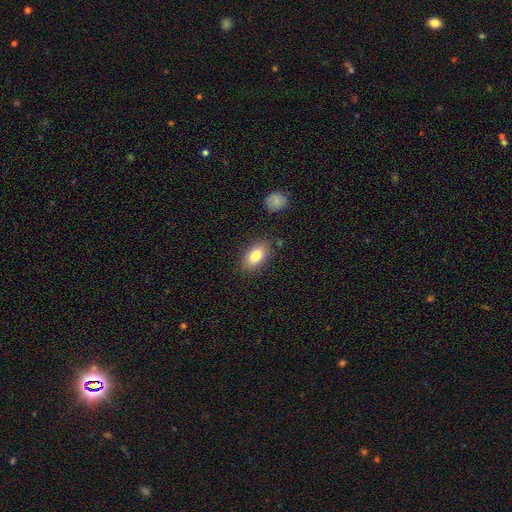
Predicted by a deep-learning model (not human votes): Smooth or featured? Predicted: smooth (p=0.81). How rounded? Predicted: in between (p=0.90). Merging? Predicted: none (p=0.83).